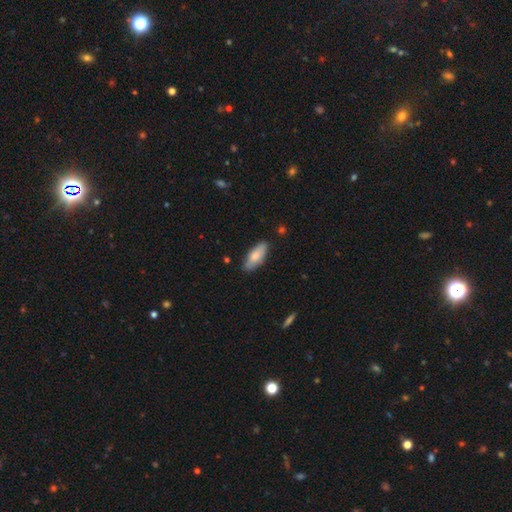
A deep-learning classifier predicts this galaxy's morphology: This appears to be a smooth galaxy with no disk features (78%) that is in between round and cigar-shaped (80%). Merging: none (83%).